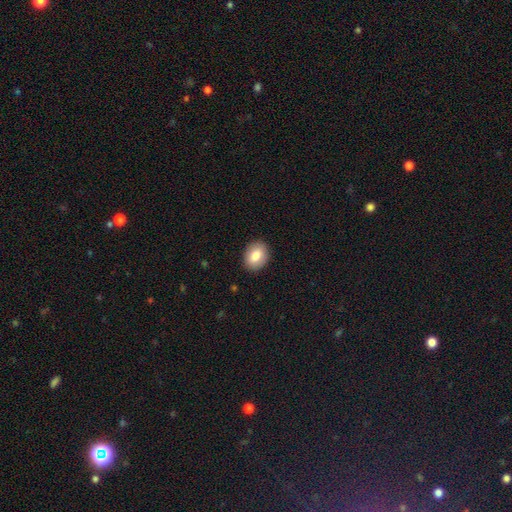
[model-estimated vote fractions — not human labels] Overall: smooth (83%). How rounded: in between (70%). Merging: none (89%).